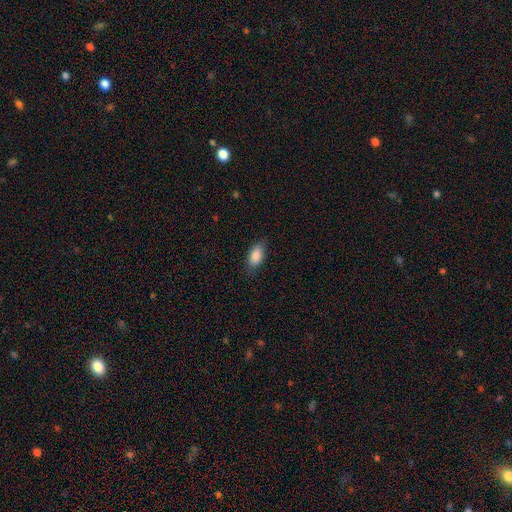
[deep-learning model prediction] A smooth galaxy with no disk features (87%) that is in between round and cigar-shaped (91%). Merging: none (79%).